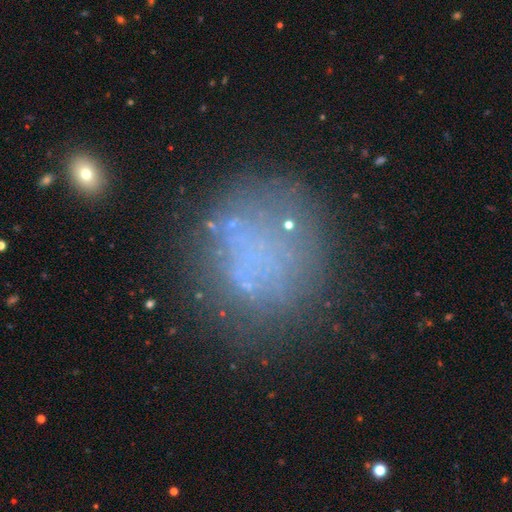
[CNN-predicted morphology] This is possibly a smooth galaxy (51%). How rounded: clearly round (81%). Merging: likely none (67%).